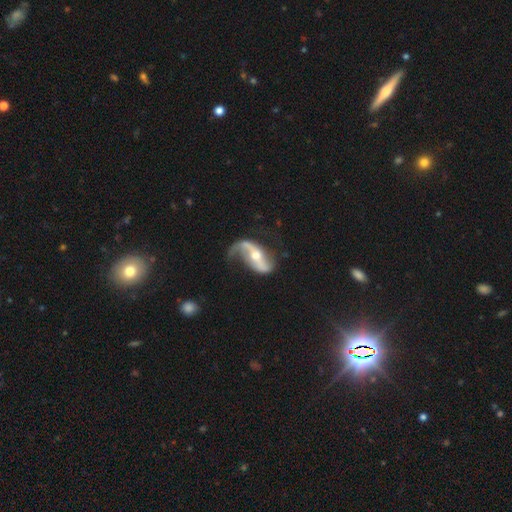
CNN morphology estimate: A featured or disk galaxy (88%) with a strong bar (44%), 2 (83%) loose (79%) spiral arms (94%) and a moderate central bulge (64%). Merging: none (58%).